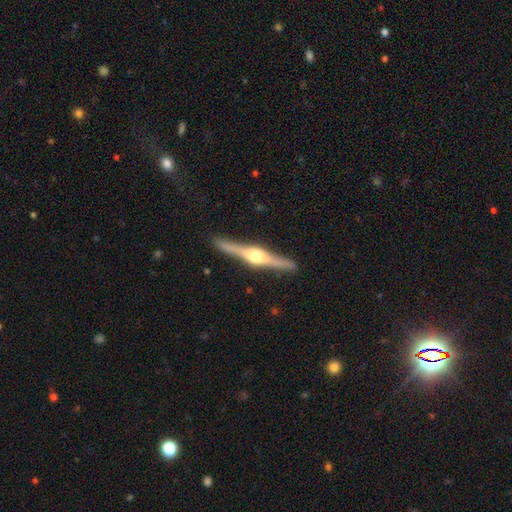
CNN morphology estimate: Smooth or featured?
  - featured or disk: 83% *
  - smooth: 13%
  - star or artifact: 5%
Edge-on disk?
  - yes: 98% *
  - no: 2%
Edge-on bulge?
  - rounded: 93% *
  - boxy: 5%
  - none: 2%
Merging?
  - none: 91% *
  - minor disturbance: 7%
  - major disturbance: 1%
  - merger: 1%